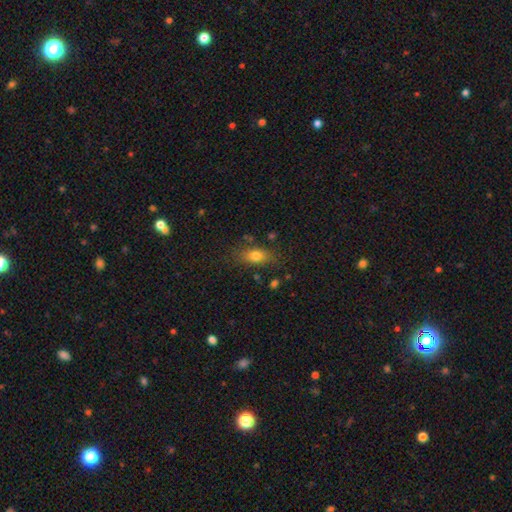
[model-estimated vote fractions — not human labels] Smooth or featured?
  - smooth: 75% *
  - featured or disk: 14%
  - star or artifact: 10%
How rounded?
  - in between: 78% *
  - round: 11%
  - cigar-shaped: 11%
Merging?
  - none: 75% *
  - minor disturbance: 16%
  - major disturbance: 5%
  - merger: 4%